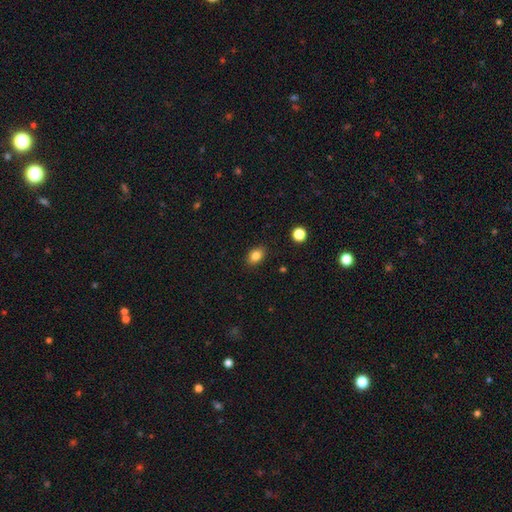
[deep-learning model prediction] Q: Smooth or featured?
A: smooth (83%); runner-up: star or artifact (10%)
Q: How rounded?
A: in between (77%); runner-up: round (22%)
Q: Merging?
A: none (87%); runner-up: minor disturbance (9%)